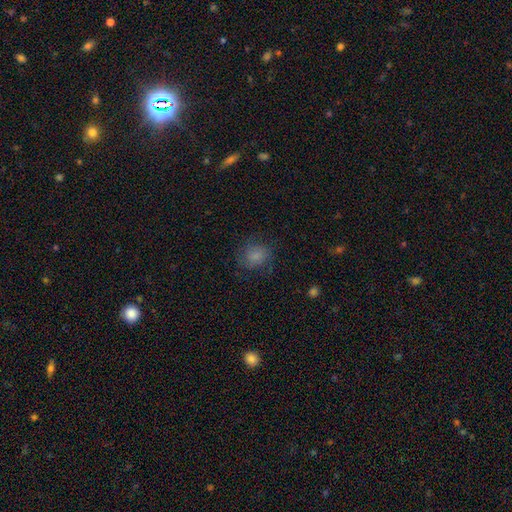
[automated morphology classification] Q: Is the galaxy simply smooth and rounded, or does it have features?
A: smooth — 76%.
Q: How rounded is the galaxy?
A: round — 73%.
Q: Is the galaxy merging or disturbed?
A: none — 73%.